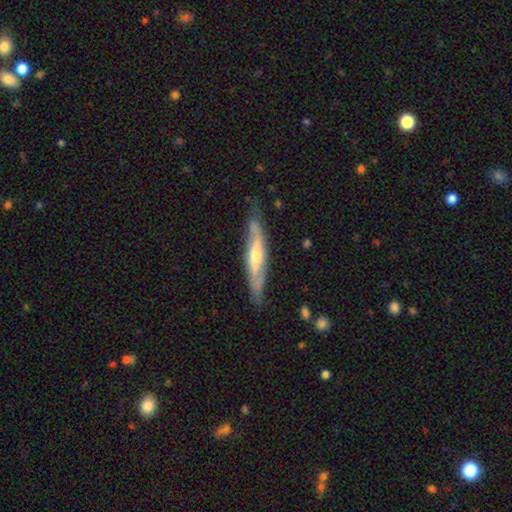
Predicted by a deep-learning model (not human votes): Smooth or featured? featured or disk (64%)
Edge-on disk? yes (65%)
Merging? none (74%)